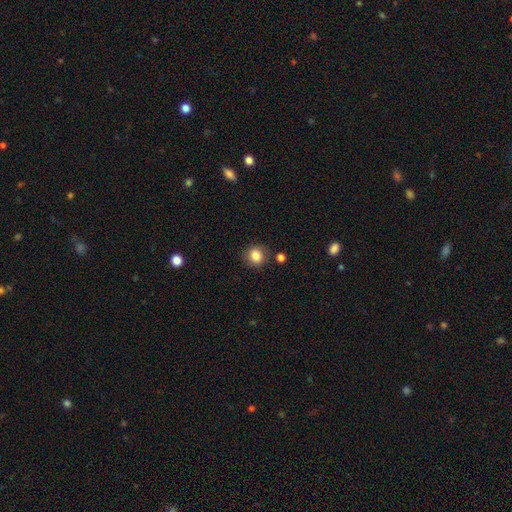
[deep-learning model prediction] This appears to be a smooth galaxy with no disk features (85%) that is round (78%). Merging: none (81%).